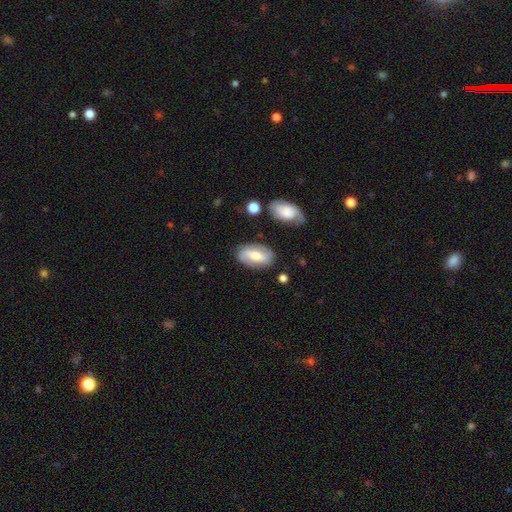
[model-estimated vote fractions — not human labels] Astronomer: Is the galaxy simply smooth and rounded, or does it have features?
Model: featured or disk — 57% (runner-up: smooth, 37%).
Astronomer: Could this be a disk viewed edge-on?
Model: no — 92%.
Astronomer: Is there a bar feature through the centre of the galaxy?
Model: weak — 37% (runner-up: strong, 35%).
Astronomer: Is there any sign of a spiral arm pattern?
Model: yes — 79%.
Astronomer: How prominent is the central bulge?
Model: moderate — 62%.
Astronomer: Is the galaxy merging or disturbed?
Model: none — 79%.